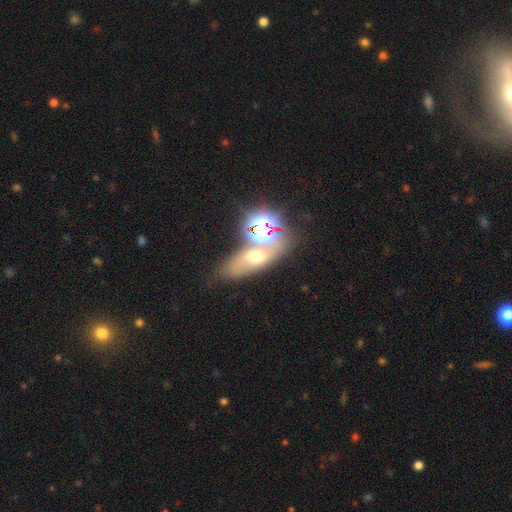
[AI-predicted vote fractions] This is marginally a smooth galaxy (37%). Merging: marginally none (44%).